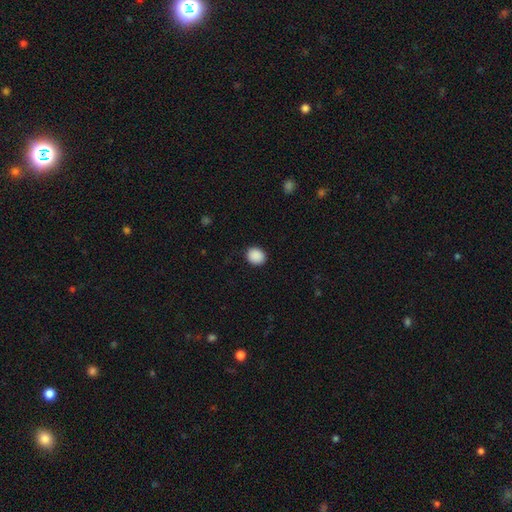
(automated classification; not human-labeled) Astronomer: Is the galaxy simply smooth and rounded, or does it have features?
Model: smooth — 90%.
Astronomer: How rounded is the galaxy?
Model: round — 67%.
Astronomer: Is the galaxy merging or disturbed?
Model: none — 90%.